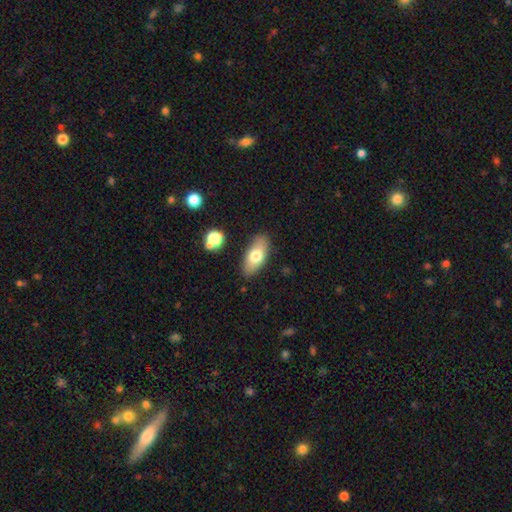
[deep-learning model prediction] This appears to be a smooth galaxy with no disk features (71%) that is in between round and cigar-shaped (86%). Merging: none (83%).